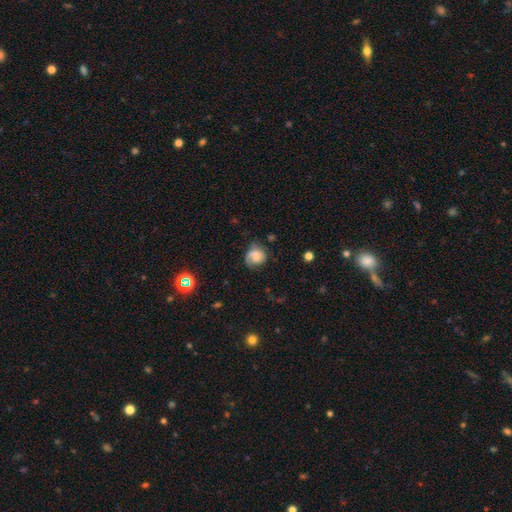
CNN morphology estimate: smooth 50%, featured or disk 40%, star or artifact 10%. Down the decision tree: merging — none (53%).